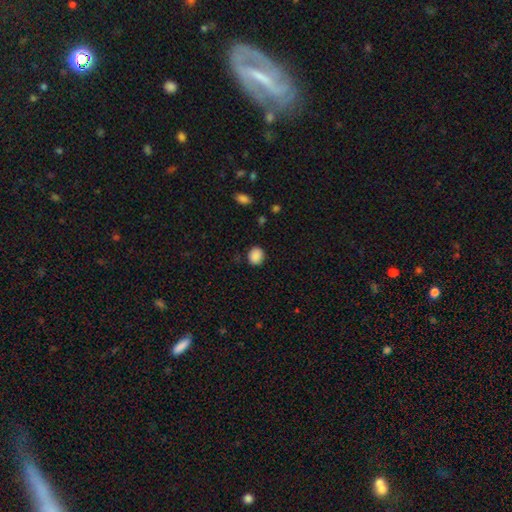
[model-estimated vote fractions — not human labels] Smooth or featured: smooth — 88% (star or artifact — 9%)
How rounded: round — 73% (in between — 26%)
Merging: none — 86% (minor disturbance — 10%)